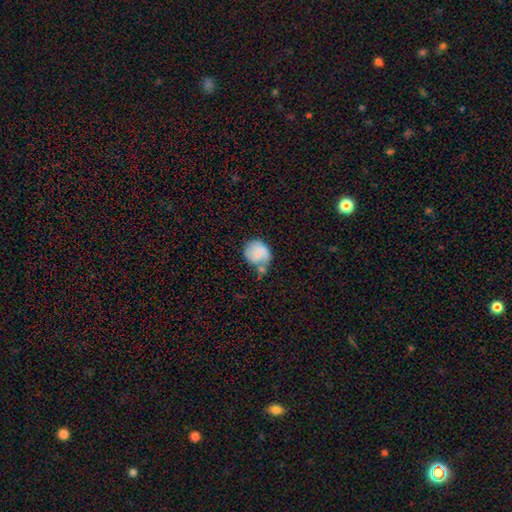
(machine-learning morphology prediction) This is likely a smooth galaxy (64%). How rounded: likely round (75%). Merging: marginally none (36%).